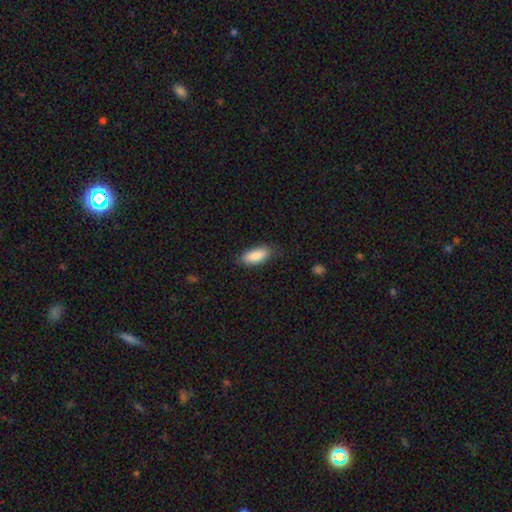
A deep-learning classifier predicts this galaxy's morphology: Smooth or featured?
  - smooth: 88% *
  - star or artifact: 6%
  - featured or disk: 6%
How rounded?
  - in between: 82% *
  - cigar-shaped: 16%
  - round: 2%
Merging?
  - none: 80% *
  - minor disturbance: 15%
  - major disturbance: 3%
  - merger: 1%